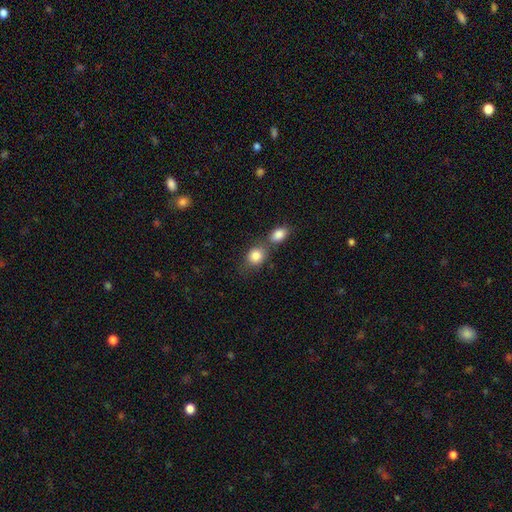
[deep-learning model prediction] A smooth galaxy with no disk features (84%) that is round (60%). Merging: none (45%).